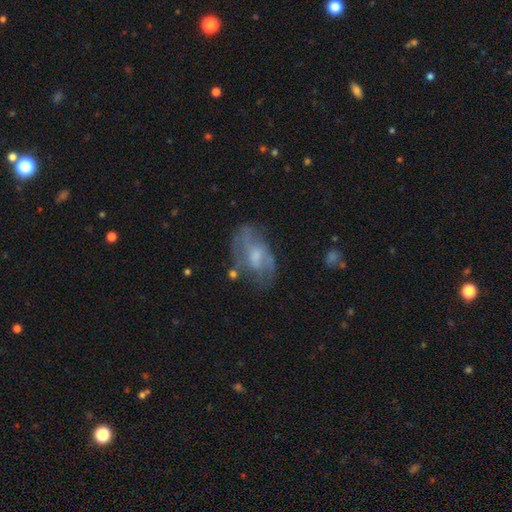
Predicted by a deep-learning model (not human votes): This appears to be a featured or disk galaxy (62%) with no bar (52%), spiral arms (63%) and a moderate central bulge (42%). Merging: none (51%).